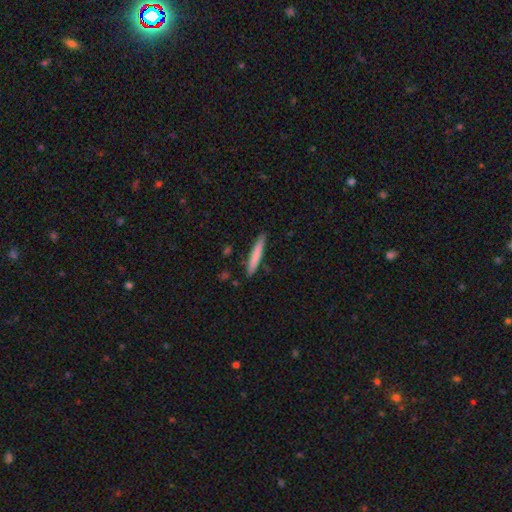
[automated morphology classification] type=smooth (76%); roundness=cigar-shaped (95%); merging=none (87%).